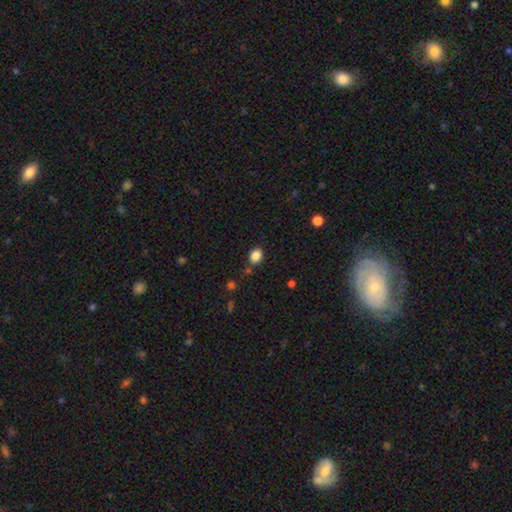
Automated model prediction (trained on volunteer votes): A smooth galaxy with no disk features (86%) that is in between round and cigar-shaped (60%). Merging: none (80%).